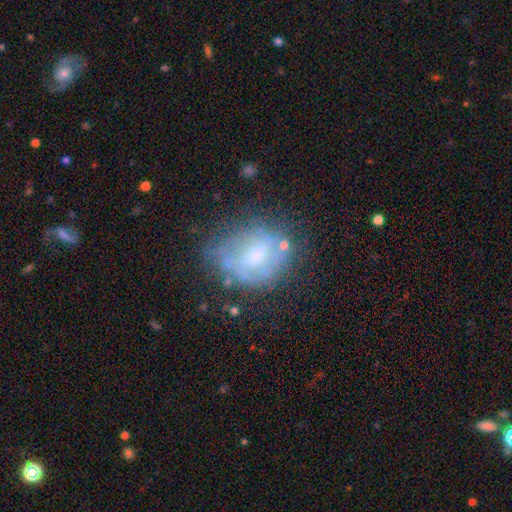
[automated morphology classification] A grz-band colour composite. It shows a featured or disk galaxy (52%). Merging: none (44%).